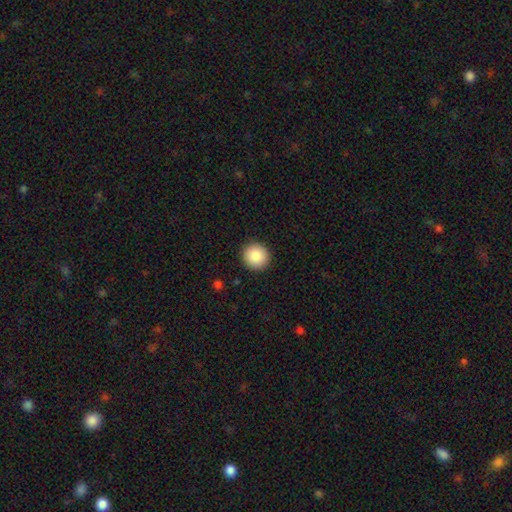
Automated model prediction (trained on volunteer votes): A smooth galaxy with no disk features (87%) that is round (94%).

Vote fractions:
- Smooth or featured? smooth: 87% / star or artifact: 8% / featured or disk: 4%
- How rounded? round: 94% / in between: 5% / cigar-shaped: 1%
- Merging? none: 92% / minor disturbance: 5% / major disturbance: 2% / merger: 1%